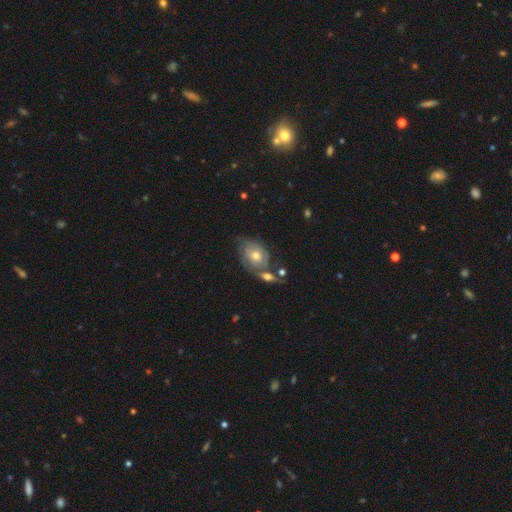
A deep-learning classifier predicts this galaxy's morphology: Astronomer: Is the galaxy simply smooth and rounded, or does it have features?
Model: featured or disk — 60%.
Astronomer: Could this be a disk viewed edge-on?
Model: no — 94%.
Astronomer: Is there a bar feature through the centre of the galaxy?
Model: no — 80%.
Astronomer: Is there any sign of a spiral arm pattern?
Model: yes — 79%.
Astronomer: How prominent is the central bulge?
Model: moderate — 68%.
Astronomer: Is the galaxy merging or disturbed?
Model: none — 44% (runner-up: merger, 26%).